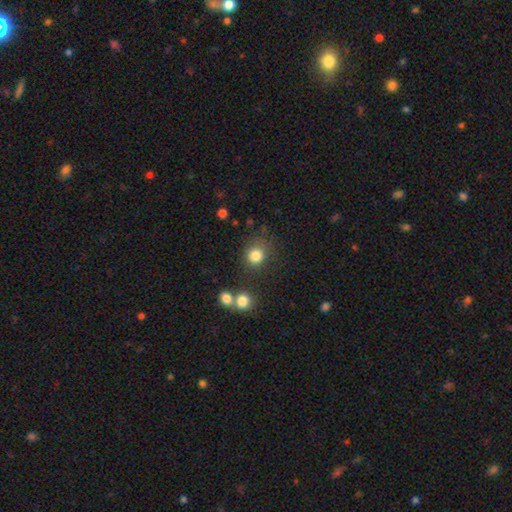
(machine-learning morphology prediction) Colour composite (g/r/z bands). It shows a smooth galaxy with no disk features (82%) that is round (85%). Merging: none (73%).